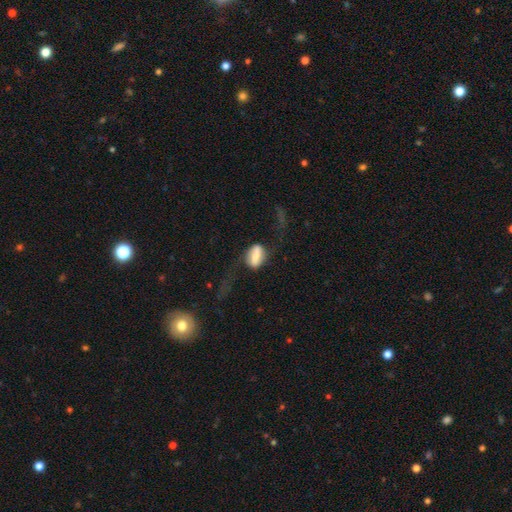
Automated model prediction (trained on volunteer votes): Q: Smooth or featured?
A: featured or disk (51%); runner-up: smooth (42%)
Q: Edge-on disk?
A: no (85%); runner-up: yes (15%)
Q: Merging?
A: none (45%); runner-up: major disturbance (34%)